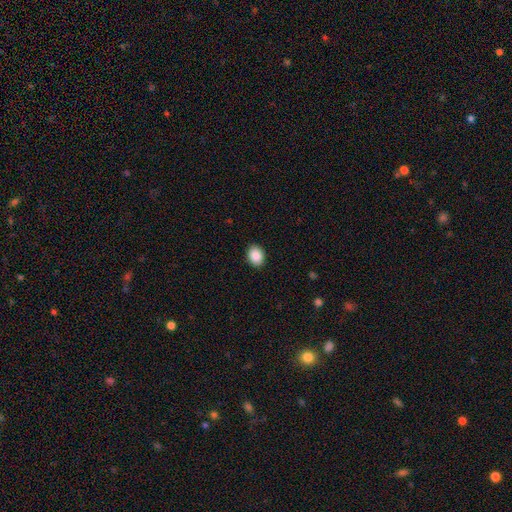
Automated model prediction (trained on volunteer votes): This is clearly a smooth galaxy (89%). How rounded: possibly in between (59%). Merging: clearly none (90%).